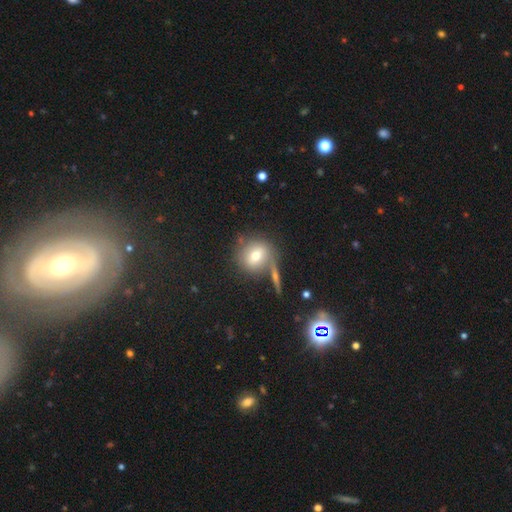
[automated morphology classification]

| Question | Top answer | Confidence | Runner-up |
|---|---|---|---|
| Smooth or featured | smooth | 67% | featured or disk (21%) |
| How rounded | round | 81% | in between (18%) |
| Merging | none | 66% | merger (16%) |